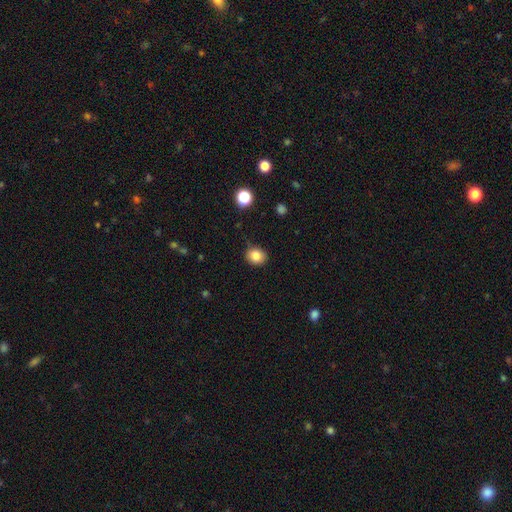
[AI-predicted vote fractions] Smooth or featured?
  - smooth: 83% *
  - star or artifact: 11%
  - featured or disk: 6%
How rounded?
  - round: 67% *
  - in between: 32%
  - cigar-shaped: 1%
Merging?
  - none: 84% *
  - minor disturbance: 13%
  - major disturbance: 2%
  - merger: 1%